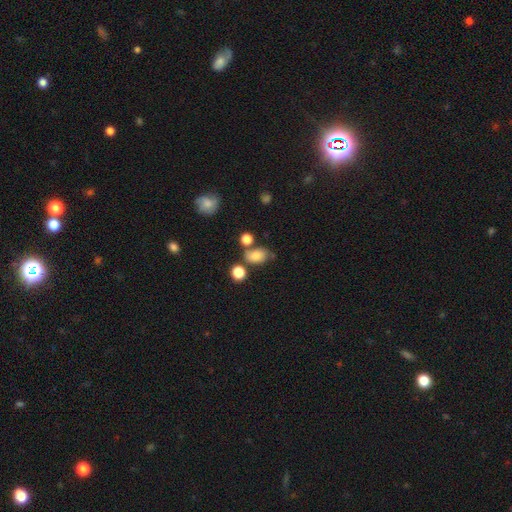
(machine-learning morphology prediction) A smooth galaxy with no disk features (77%) that is in between round and cigar-shaped (77%).

Vote fractions:
- Smooth or featured? smooth: 77% / star or artifact: 12% / featured or disk: 11%
- How rounded? in between: 77% / round: 21% / cigar-shaped: 2%
- Merging? none: 58% / minor disturbance: 19% / merger: 16% / major disturbance: 7%